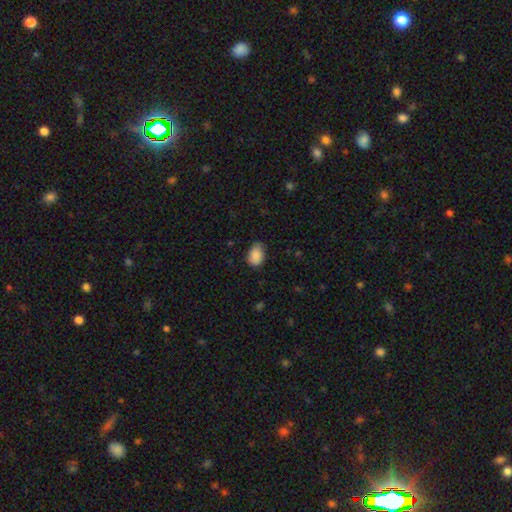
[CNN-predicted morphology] This appears to be a smooth galaxy with no disk features (88%) that is in between round and cigar-shaped (81%). Merging: none (69%).